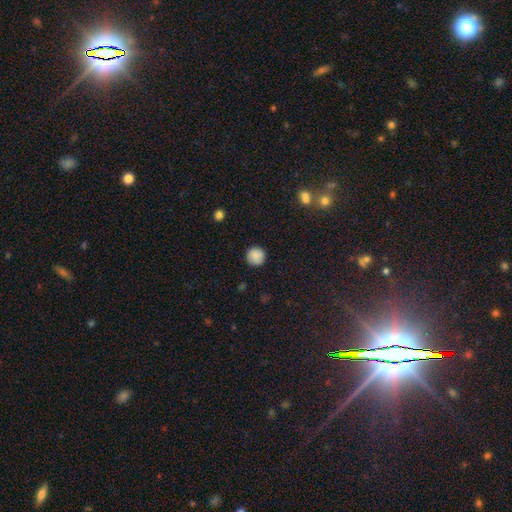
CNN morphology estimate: Smooth or featured? smooth (84%)
How rounded? round (94%)
Merging? none (85%)